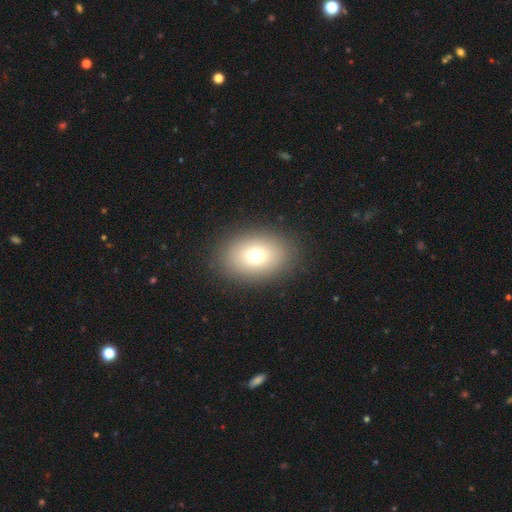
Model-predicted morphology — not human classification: Smooth or featured: smooth — 75% (featured or disk — 13%)
How rounded: in between — 75% (round — 24%)
Merging: none — 88% (minor disturbance — 8%)